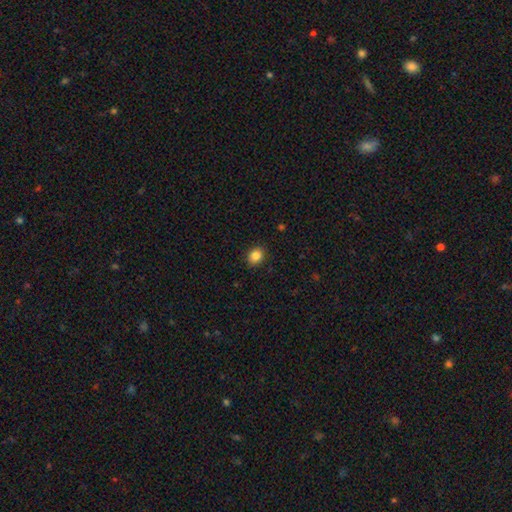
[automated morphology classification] This appears to be a smooth galaxy with no disk features (85%) that is round (58%). Merging: none (90%).